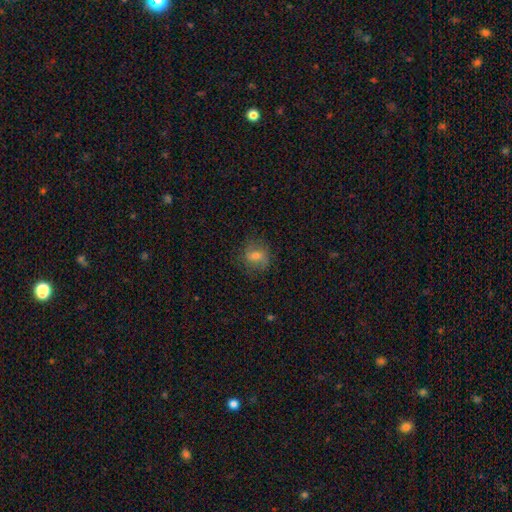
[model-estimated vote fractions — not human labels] Smooth or featured? smooth (62%)
How rounded? round (65%)
Merging? none (77%)